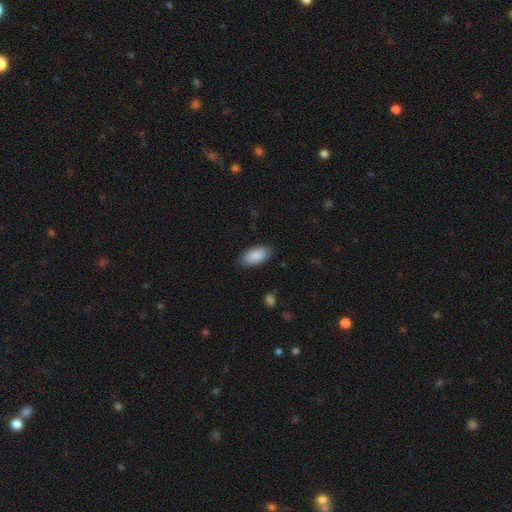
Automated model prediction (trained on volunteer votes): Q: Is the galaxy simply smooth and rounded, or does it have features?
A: smooth — 89%.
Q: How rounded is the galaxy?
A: in between — 93%.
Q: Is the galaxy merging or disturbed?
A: none — 86%.